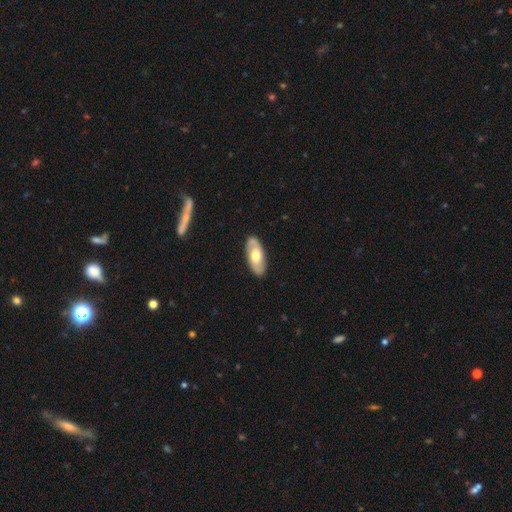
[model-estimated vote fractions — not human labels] Morphology: type=smooth (49%); merging=none (87%).